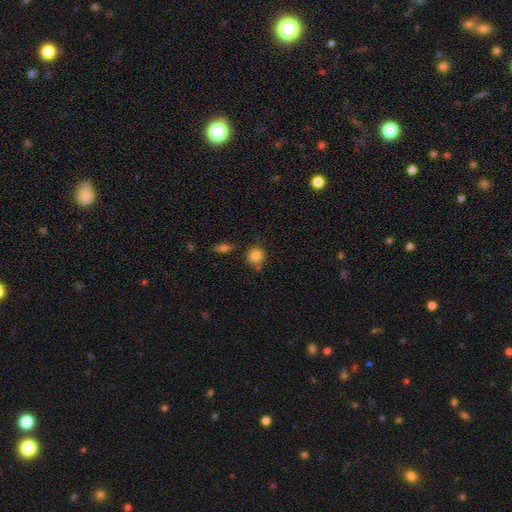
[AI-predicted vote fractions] smooth 84%, star or artifact 10%, featured or disk 6%. Down the decision tree: how rounded — round (89%); merging — none (72%).